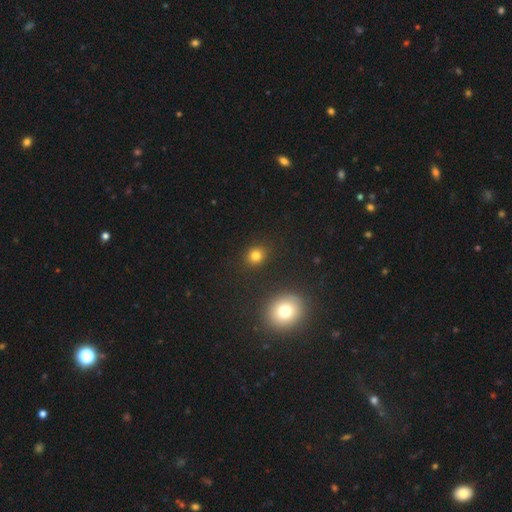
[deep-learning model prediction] This appears to be a smooth galaxy with no disk features (80%) that is round (76%). Merging: none (88%).